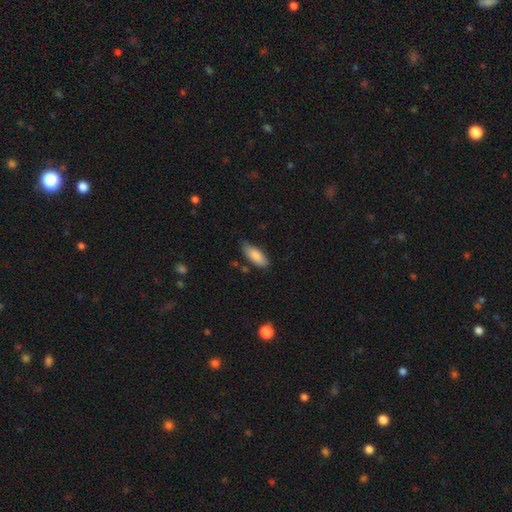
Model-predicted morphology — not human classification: Q: Smooth or featured?
A: smooth (86%); runner-up: featured or disk (8%)
Q: How rounded?
A: in between (79%); runner-up: cigar-shaped (19%)
Q: Merging?
A: none (70%); runner-up: minor disturbance (23%)